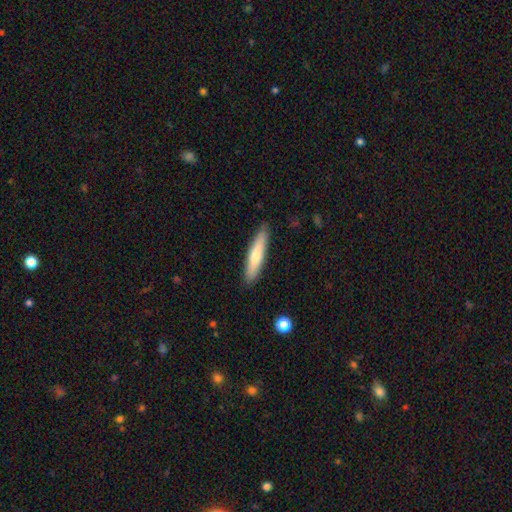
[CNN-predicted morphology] smooth-or-featured: smooth: 66% | featured or disk: 28% | star or artifact: 5%
  how-rounded: cigar-shaped: 87% | in between: 12% | round: 1%
  merging: none: 88% | minor disturbance: 9% | major disturbance: 2% | merger: 1%